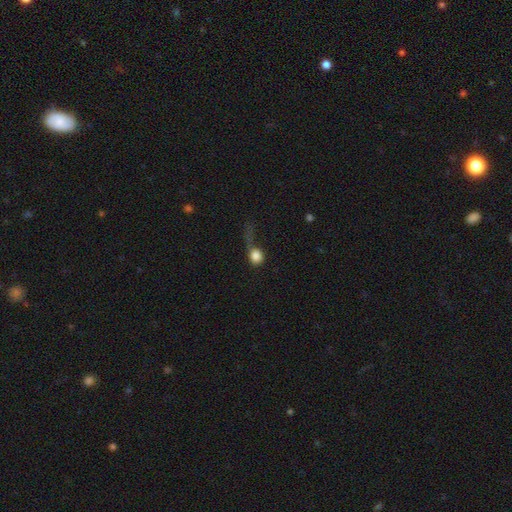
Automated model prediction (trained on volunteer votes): smooth_or_featured: smooth (p=0.78) [alt: featured or disk p=0.13]
how_rounded: round (p=0.78) [alt: in between p=0.20]
merging: major disturbance (p=0.49) [alt: none p=0.25]